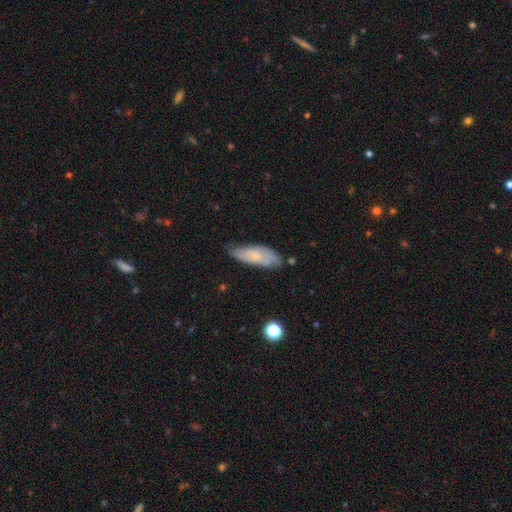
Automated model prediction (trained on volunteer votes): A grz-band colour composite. It shows a smooth galaxy with no disk features (58%) that is in between round and cigar-shaped (66%). Merging: none (63%).